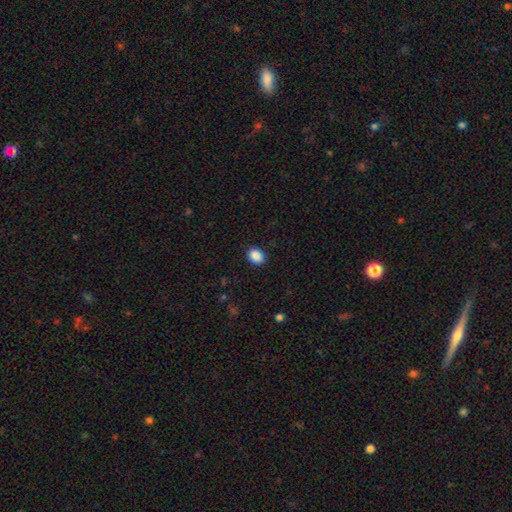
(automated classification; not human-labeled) Smooth or featured?
  - smooth: 89% *
  - star or artifact: 8%
  - featured or disk: 3%
How rounded?
  - in between: 63% *
  - round: 36%
  - cigar-shaped: 1%
Merging?
  - none: 89% *
  - minor disturbance: 8%
  - major disturbance: 2%
  - merger: 1%